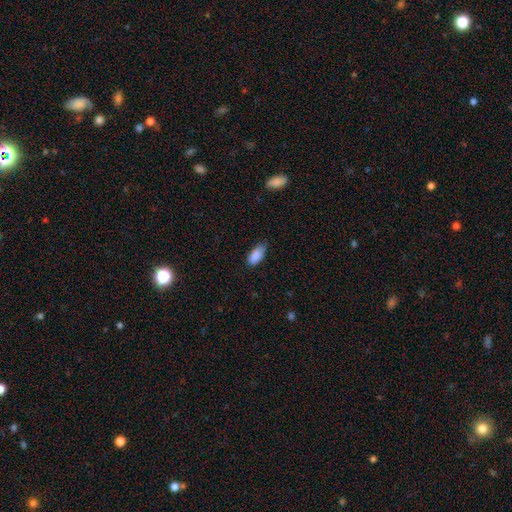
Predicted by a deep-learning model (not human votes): Overall: smooth (88%). How rounded: in between (90%). Merging: none (66%; minor disturbance 28%).